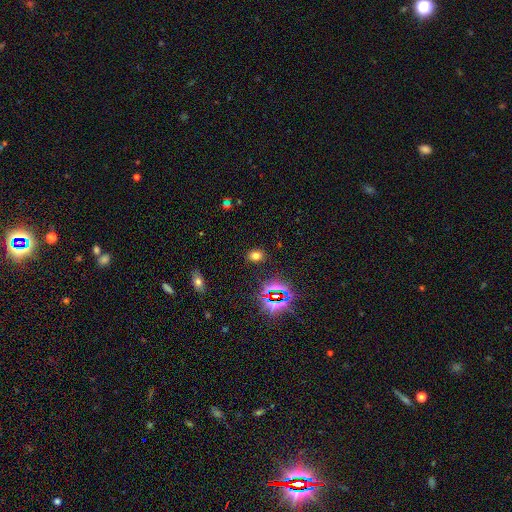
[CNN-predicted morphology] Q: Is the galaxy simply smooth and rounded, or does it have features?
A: smooth — 66%.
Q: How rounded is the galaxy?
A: in between — 61%.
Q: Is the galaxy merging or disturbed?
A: none — 87%.